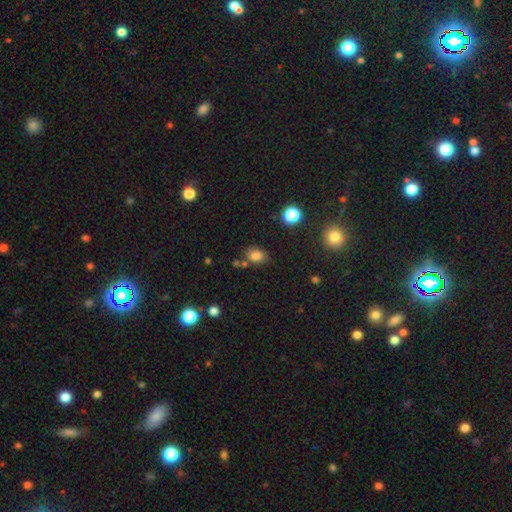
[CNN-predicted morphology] A smooth galaxy with no disk features (79%) that is in between round and cigar-shaped (66%). Merging: none (70%).